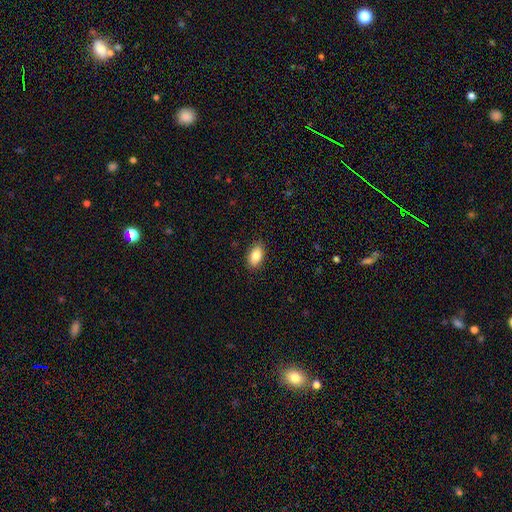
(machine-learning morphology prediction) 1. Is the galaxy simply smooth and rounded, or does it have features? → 85% smooth, 8% featured or disk, 7% star or artifact.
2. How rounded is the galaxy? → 91% in between, 7% round, 2% cigar-shaped.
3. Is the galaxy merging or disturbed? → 87% none, 10% minor disturbance, 2% major disturbance, 1% merger.